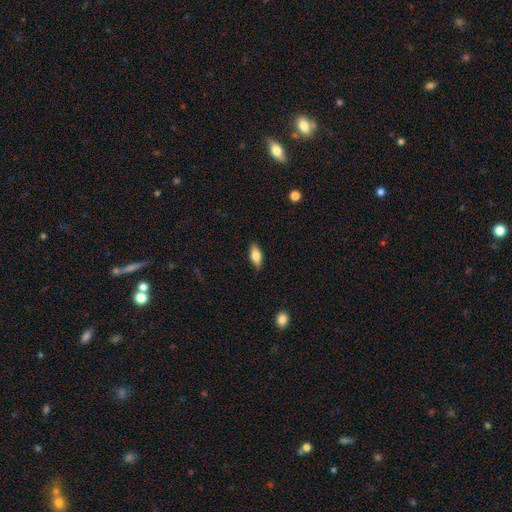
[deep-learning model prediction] Smooth or featured? smooth (72%)
How rounded? in between (81%)
Merging? none (83%)